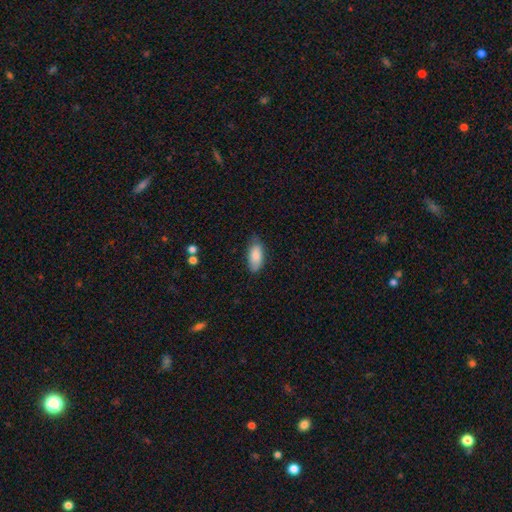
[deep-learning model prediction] smooth_or_featured: smooth (p=0.86) [alt: featured or disk p=0.08]
how_rounded: in between (p=0.90) [alt: cigar-shaped p=0.08]
merging: none (p=0.73) [alt: minor disturbance p=0.22]